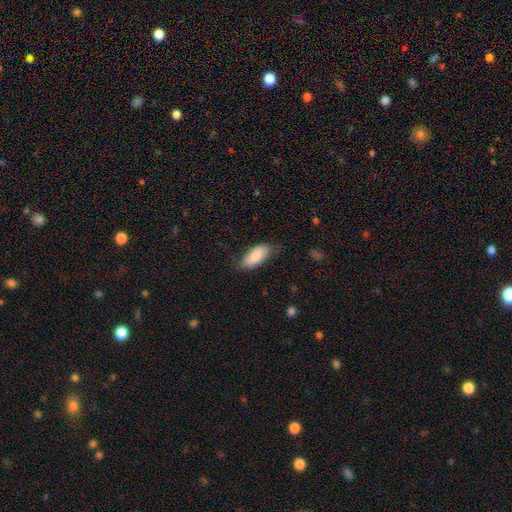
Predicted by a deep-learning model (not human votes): Morphology: type=smooth (84%); roundness=in between (89%); merging=none (68%).